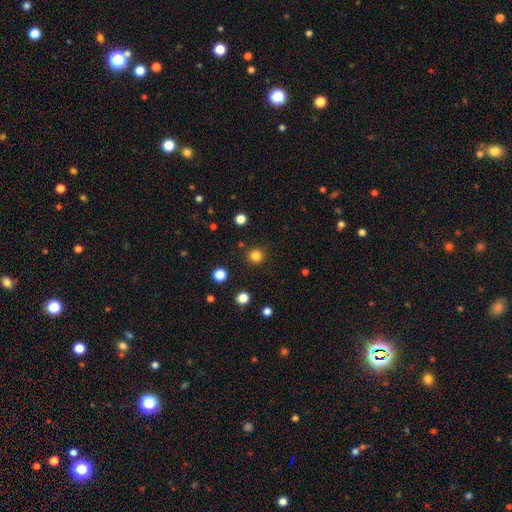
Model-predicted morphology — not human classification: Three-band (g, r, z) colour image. It shows a smooth galaxy with no disk features (82%) that is round (95%). Merging: none (91%).